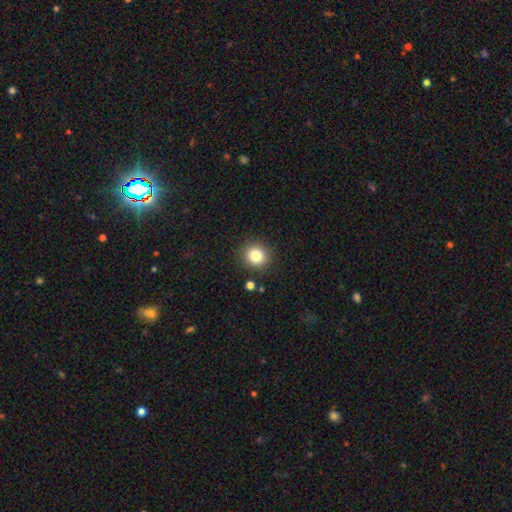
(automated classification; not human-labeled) smooth-or-featured: smooth: 82% | star or artifact: 12% | featured or disk: 7%
  how-rounded: round: 89% | in between: 10% | cigar-shaped: 1%
  merging: none: 88% | minor disturbance: 7% | merger: 2% | major disturbance: 2%